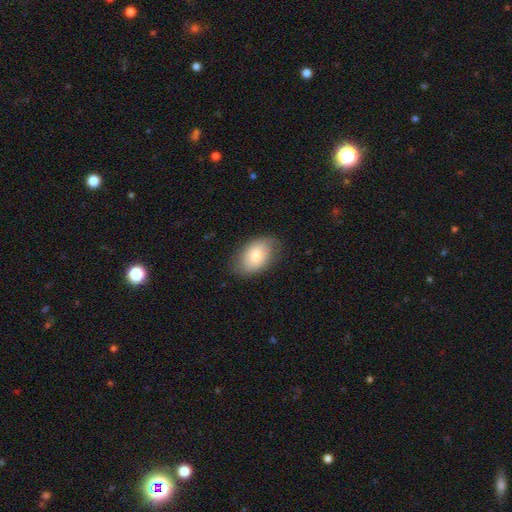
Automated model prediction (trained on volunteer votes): This appears to be a smooth galaxy with no disk features (79%) that is in between round and cigar-shaped (90%). Merging: none (79%).